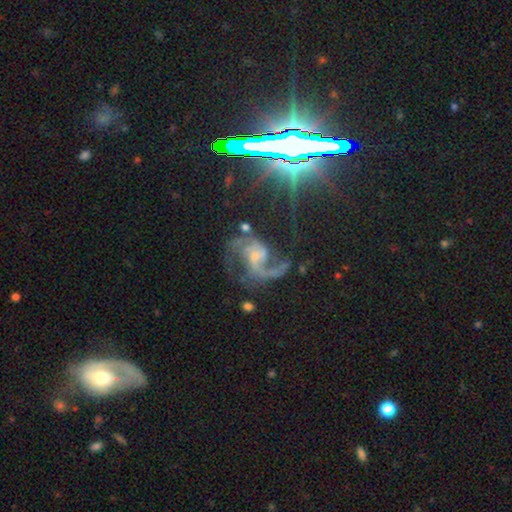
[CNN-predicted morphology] This is clearly a featured or disk galaxy (83%). It is clearly not viewed edge-on (98%). Bar: possibly no (55%). Spiral arm pattern: clearly yes (96%). Spiral arm count: likely 2 (76%). Spiral winding: marginally loose (45%, tied with medium). Central bulge: possibly small (55%). Merging: possibly none (53%).